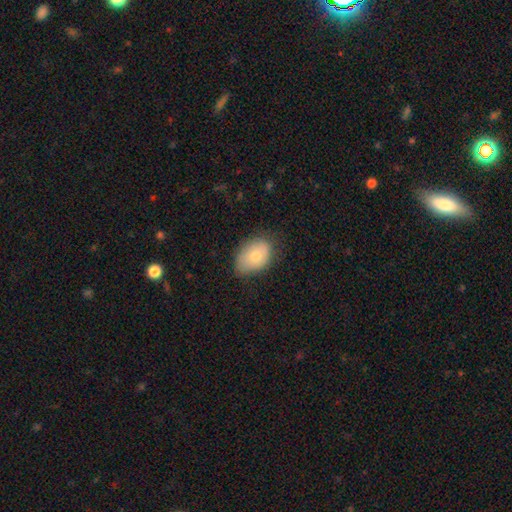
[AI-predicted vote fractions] A smooth galaxy with no disk features (77%) that is in between round and cigar-shaped (83%). Merging: none (69%).